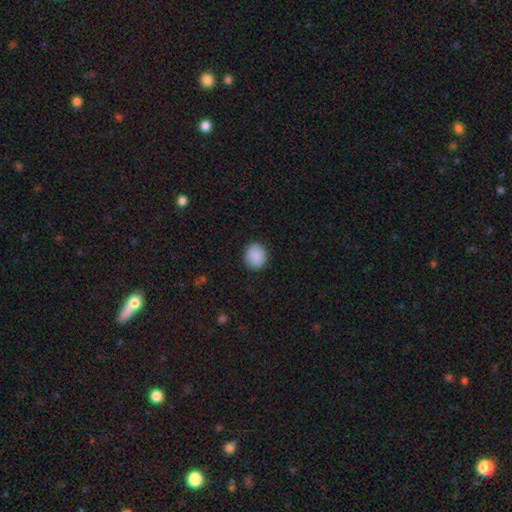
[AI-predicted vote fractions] Smooth or featured? Predicted: smooth (p=0.90). How rounded? Predicted: round (p=0.71). Merging? Predicted: none (p=0.90).